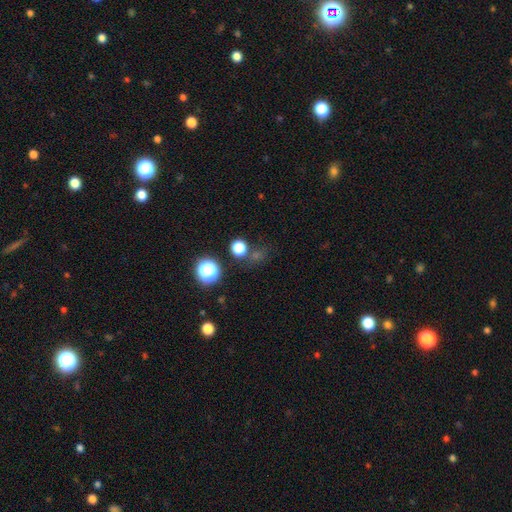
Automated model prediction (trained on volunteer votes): Smooth or featured? Predicted: star or artifact (p=0.52).